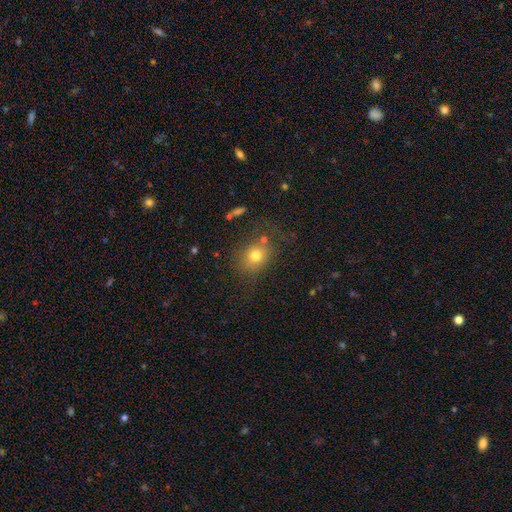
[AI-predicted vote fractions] A smooth galaxy with no disk features (74%) that is round (60%).

Vote fractions:
- Smooth or featured? smooth: 74% / star or artifact: 14% / featured or disk: 12%
- How rounded? round: 60% / in between: 39% / cigar-shaped: 1%
- Merging? none: 68% / minor disturbance: 16% / major disturbance: 10% / merger: 6%